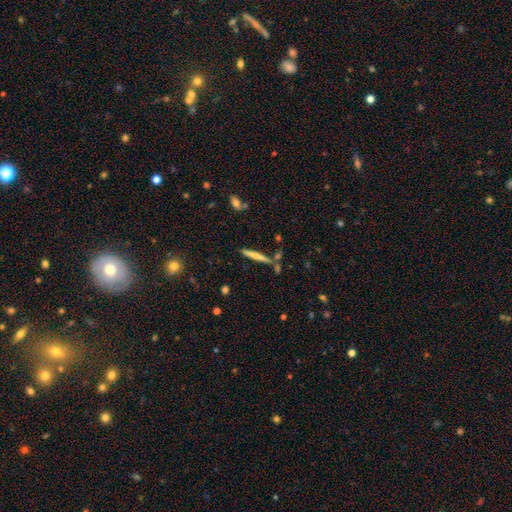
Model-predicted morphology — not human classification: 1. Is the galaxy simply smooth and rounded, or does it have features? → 58% smooth, 35% featured or disk, 7% star or artifact.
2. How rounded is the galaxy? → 95% cigar-shaped, 4% in between, 1% round.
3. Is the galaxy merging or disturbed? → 77% none, 10% minor disturbance, 10% merger, 3% major disturbance.